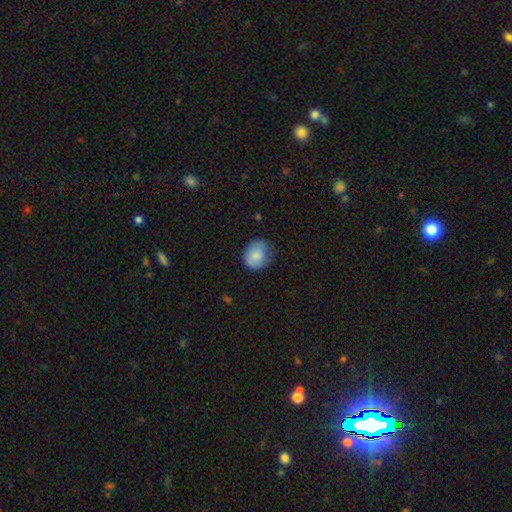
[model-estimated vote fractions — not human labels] This is clearly a smooth galaxy (80%). How rounded: possibly round (60%). Merging: possibly none (60%).